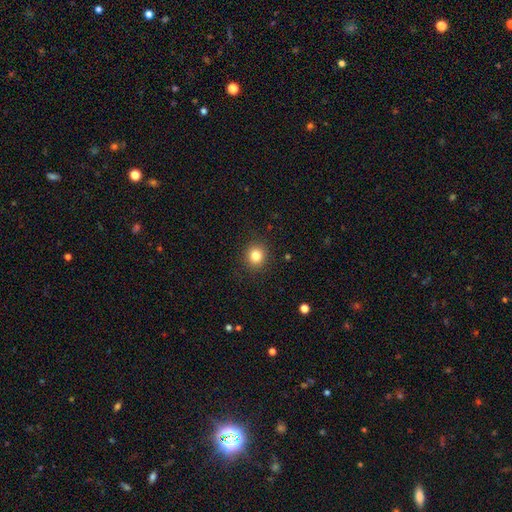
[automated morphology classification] smooth_or_featured: smooth (p=0.82) [alt: star or artifact p=0.11]
how_rounded: round (p=0.84) [alt: in between p=0.15]
merging: none (p=0.90) [alt: minor disturbance p=0.07]